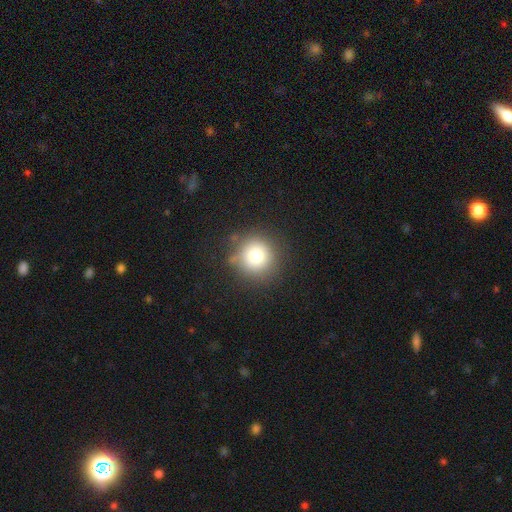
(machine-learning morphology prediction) smooth 76%, star or artifact 13%, featured or disk 11%. Down the decision tree: how rounded — round (94%); merging — none (80%).